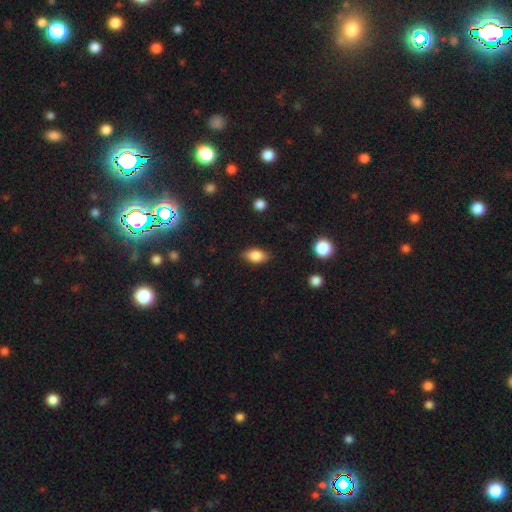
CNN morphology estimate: This appears to be a smooth galaxy with no disk features (82%) that is in between round and cigar-shaped (87%). Merging: none (81%).